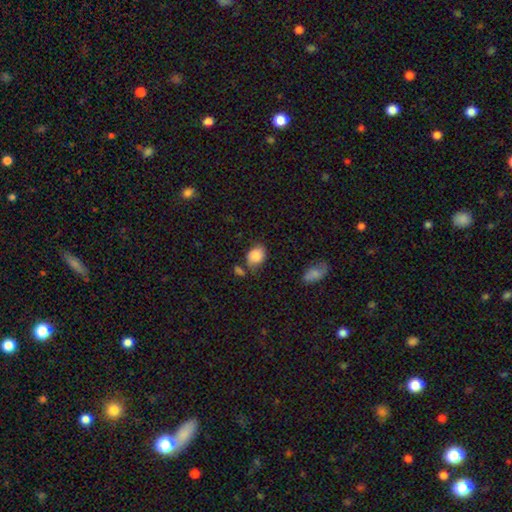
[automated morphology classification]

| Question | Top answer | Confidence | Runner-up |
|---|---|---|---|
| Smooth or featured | smooth | 85% | star or artifact (8%) |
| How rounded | in between | 64% | round (35%) |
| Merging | none | 58% | minor disturbance (24%) |